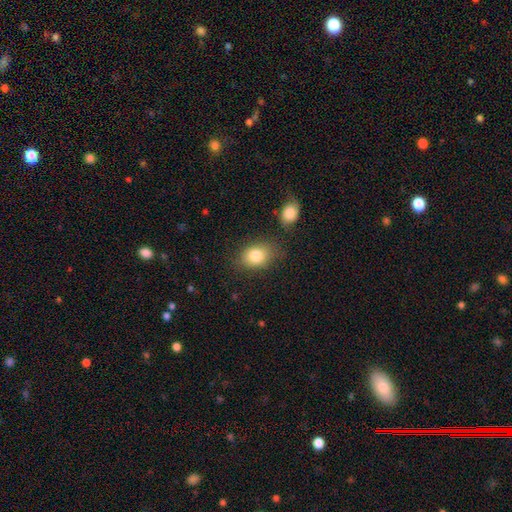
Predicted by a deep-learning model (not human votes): smooth_or_featured: smooth (p=0.82) [alt: featured or disk p=0.09]
how_rounded: in between (p=0.70) [alt: round p=0.29]
merging: none (p=0.74) [alt: minor disturbance p=0.15]